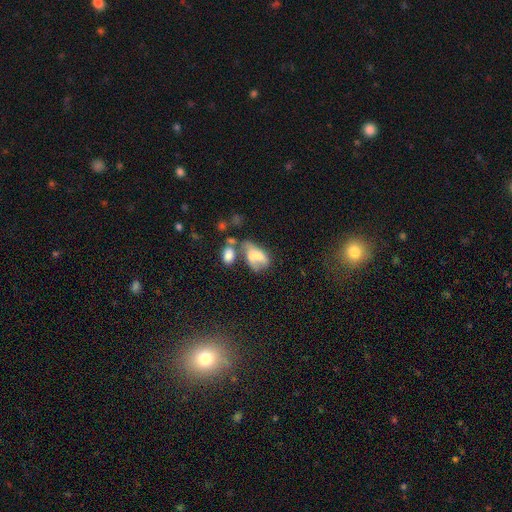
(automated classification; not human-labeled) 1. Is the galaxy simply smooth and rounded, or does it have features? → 56% smooth, 33% featured or disk, 11% star or artifact.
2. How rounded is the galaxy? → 84% in between, 12% round, 4% cigar-shaped.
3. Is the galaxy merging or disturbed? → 45% merger, 22% major disturbance, 18% none, 15% minor disturbance.